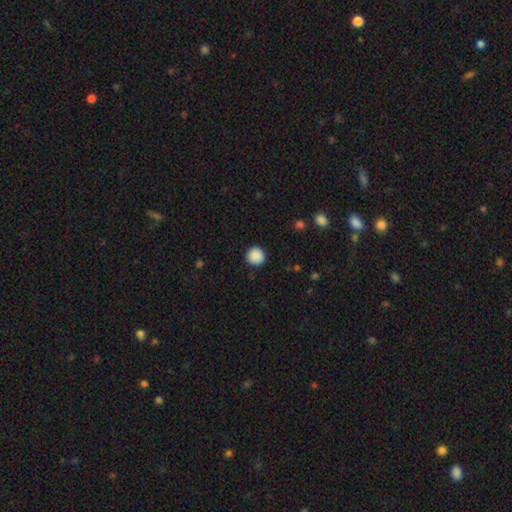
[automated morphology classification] A smooth galaxy with no disk features (89%) that is round (94%). Merging: none (91%).